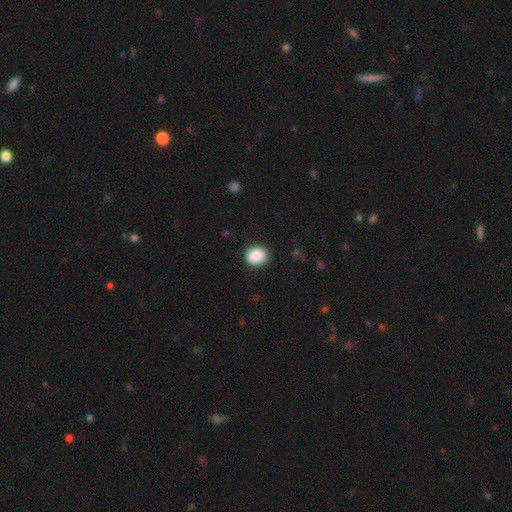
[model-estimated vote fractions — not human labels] The model was most divided on "how rounded": round: 80%, in between: 19%, cigar-shaped: 1%. More confident: merging — none (90%); smooth or featured — smooth (89%).